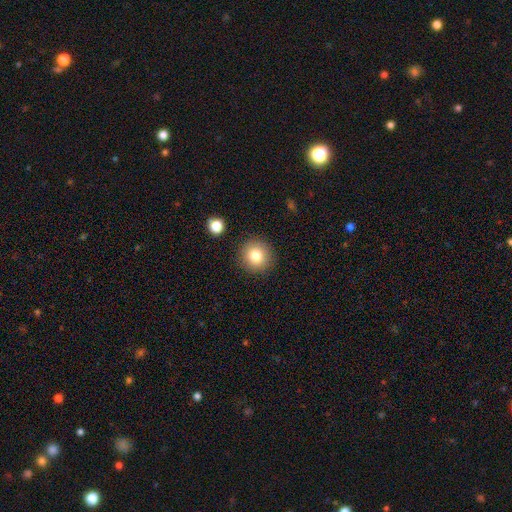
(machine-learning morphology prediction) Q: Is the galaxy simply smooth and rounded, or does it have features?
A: smooth — 81%.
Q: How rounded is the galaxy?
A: round — 92%.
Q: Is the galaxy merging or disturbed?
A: none — 89%.